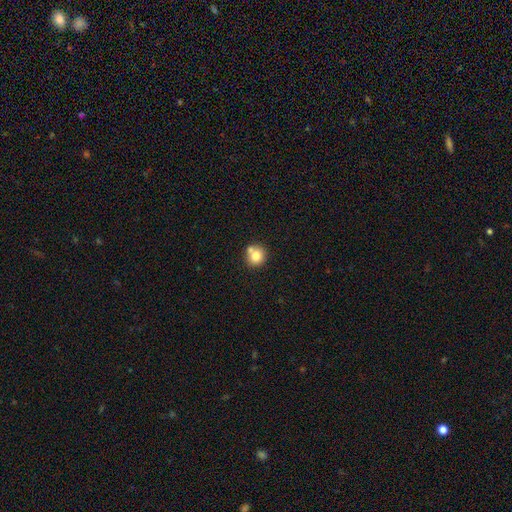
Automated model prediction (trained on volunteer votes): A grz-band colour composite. It shows a smooth galaxy with no disk features (77%) that is round (90%). Merging: none (60%).